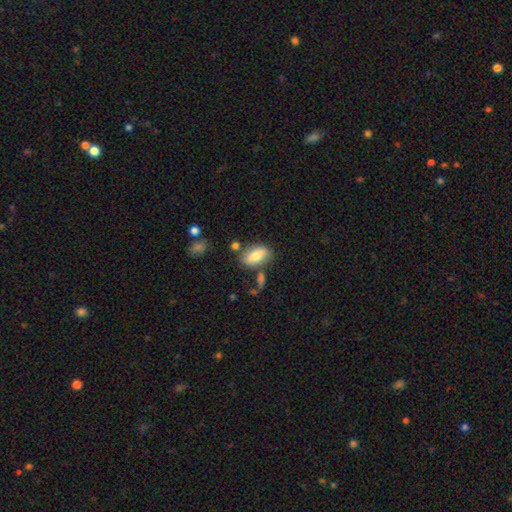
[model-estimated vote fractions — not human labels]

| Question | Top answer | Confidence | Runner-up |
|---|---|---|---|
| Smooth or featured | smooth | 74% | featured or disk (19%) |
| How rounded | in between | 89% | cigar-shaped (6%) |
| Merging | none | 71% | minor disturbance (15%) |